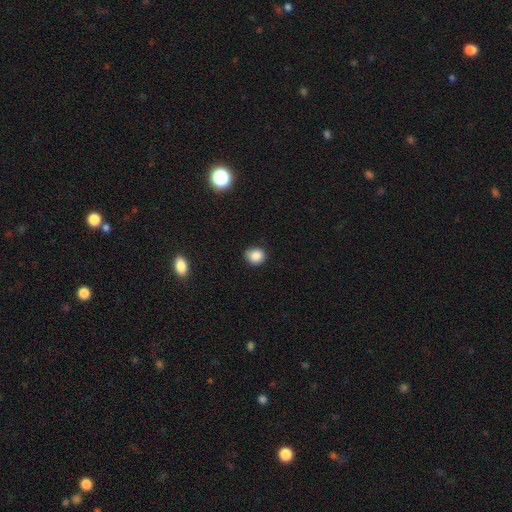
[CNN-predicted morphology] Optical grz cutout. It shows a smooth galaxy with no disk features (86%) that is round (81%). Merging: none (79%).